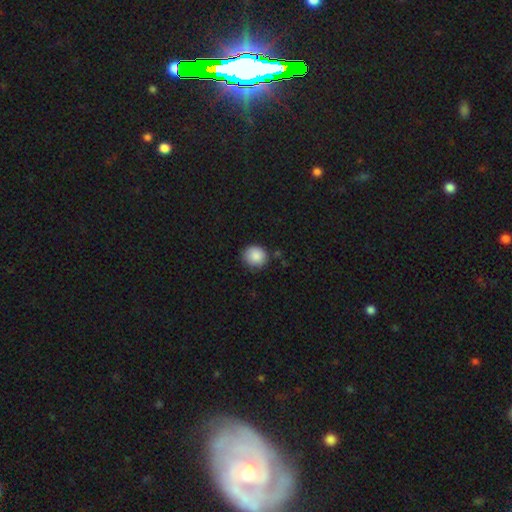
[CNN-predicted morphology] A smooth galaxy with no disk features (88%) that is round (87%).

Vote fractions:
- Smooth or featured? smooth: 88% / star or artifact: 8% / featured or disk: 4%
- How rounded? round: 87% / in between: 12% / cigar-shaped: 1%
- Merging? none: 83% / minor disturbance: 12% / major disturbance: 3% / merger: 2%